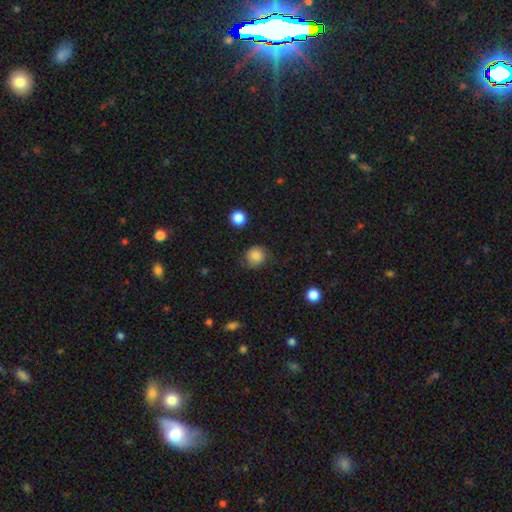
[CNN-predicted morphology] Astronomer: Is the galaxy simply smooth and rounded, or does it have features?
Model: smooth — 84%.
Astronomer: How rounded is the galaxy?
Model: round — 90%.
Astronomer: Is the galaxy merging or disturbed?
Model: none — 78%.